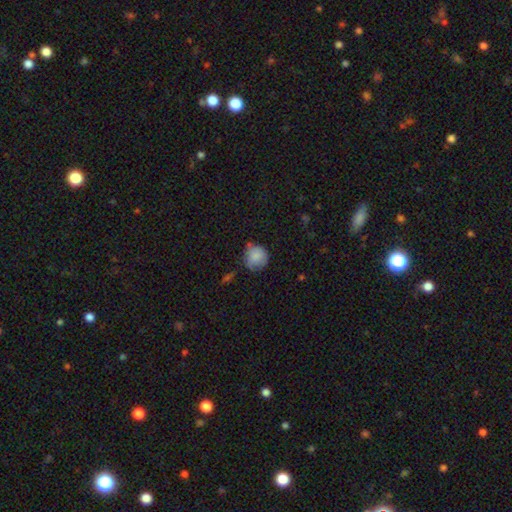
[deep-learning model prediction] Q: Smooth or featured?
A: smooth (82%); runner-up: featured or disk (10%)
Q: How rounded?
A: round (87%); runner-up: in between (12%)
Q: Merging?
A: none (59%); runner-up: minor disturbance (31%)